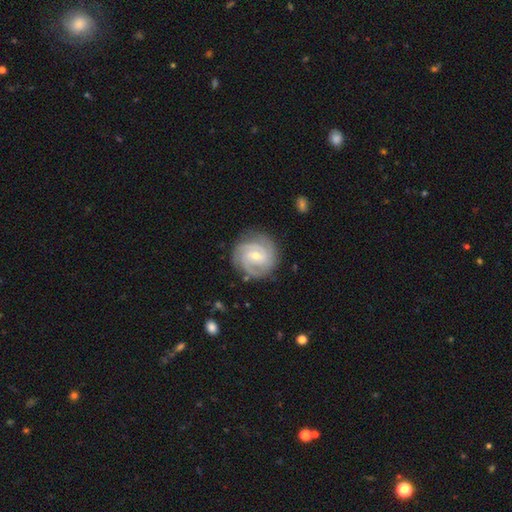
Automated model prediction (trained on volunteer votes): Smooth or featured: featured or disk — 89% (smooth — 7%)
Edge-on disk: no — 98% (yes — 2%)
Bar: weak — 51% (no — 35%)
Spiral arms: yes — 98% (no — 2%)
Spiral winding: tight — 69% (medium — 27%)
Spiral arm count: 3 — 44% (2 — 24%)
Bulge size: small — 51% (moderate — 46%)
Merging: none — 82% (minor disturbance — 13%)